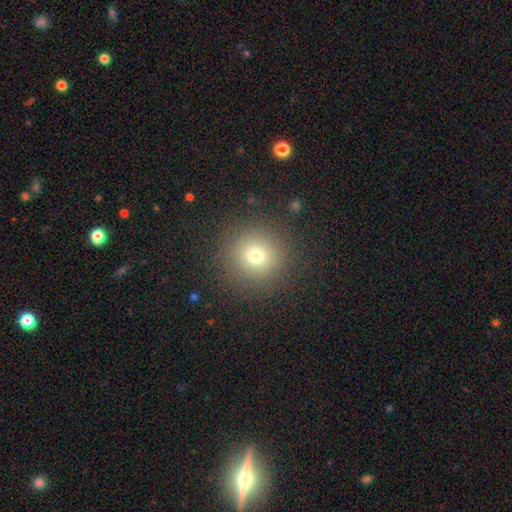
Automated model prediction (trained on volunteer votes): This is likely a smooth galaxy (74%). How rounded: clearly round (95%). Merging: clearly none (90%).